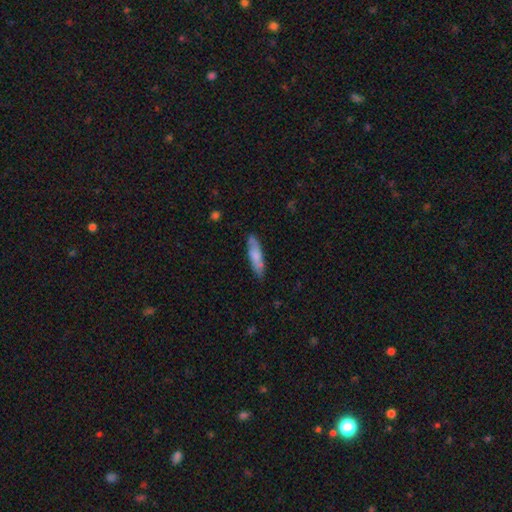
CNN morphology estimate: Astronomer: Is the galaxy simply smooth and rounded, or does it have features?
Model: smooth — 68%.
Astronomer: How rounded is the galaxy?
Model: cigar-shaped — 69%.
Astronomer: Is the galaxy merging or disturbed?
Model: none — 81%.